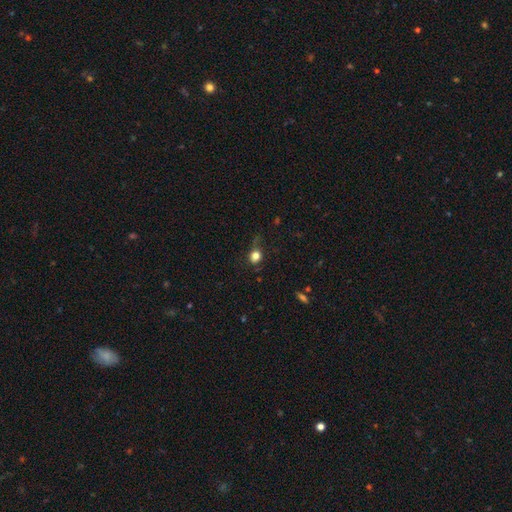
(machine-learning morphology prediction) A smooth galaxy with no disk features (77%) that is round (72%).

Vote fractions:
- Smooth or featured? smooth: 77% / star or artifact: 13% / featured or disk: 10%
- How rounded? round: 72% / in between: 26% / cigar-shaped: 1%
- Merging? none: 56% / minor disturbance: 25% / major disturbance: 17% / merger: 2%